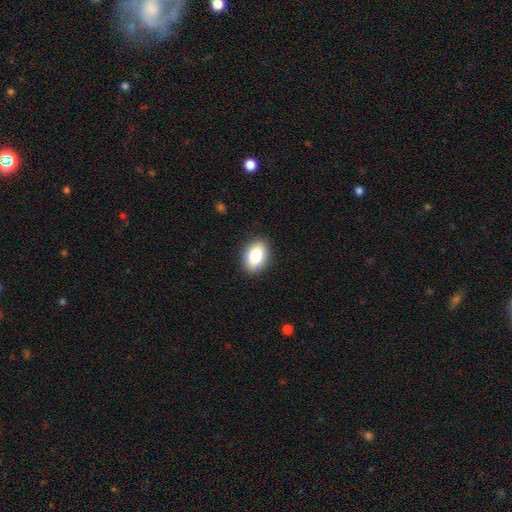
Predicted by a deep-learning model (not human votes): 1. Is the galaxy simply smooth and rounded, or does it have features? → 84% smooth, 8% featured or disk, 8% star or artifact.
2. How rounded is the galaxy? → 84% in between, 14% round, 1% cigar-shaped.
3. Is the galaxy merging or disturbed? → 88% none, 9% minor disturbance, 2% major disturbance, 1% merger.